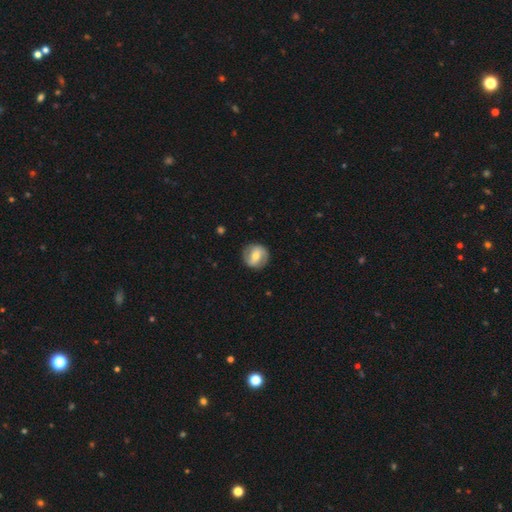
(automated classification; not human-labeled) Smooth or featured: featured or disk — 57% (smooth — 37%)
Edge-on disk: no — 96% (yes — 4%)
Bar: weak — 40% (strong — 35%)
Spiral arms: yes — 73% (no — 27%)
Bulge size: moderate — 61% (small — 32%)
Merging: none — 86% (minor disturbance — 10%)